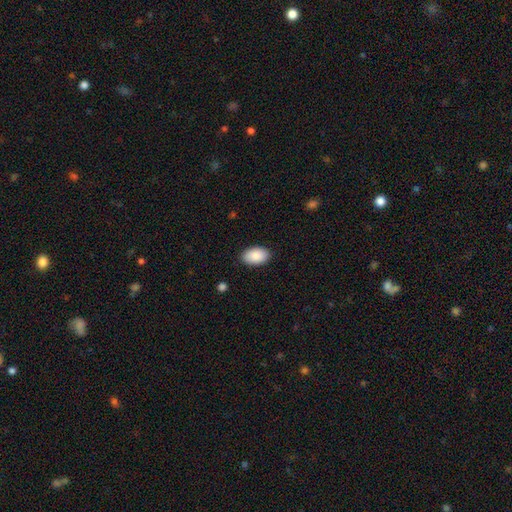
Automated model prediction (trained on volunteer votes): This is clearly a smooth galaxy (90%). How rounded: clearly in between (94%). Merging: clearly none (89%).